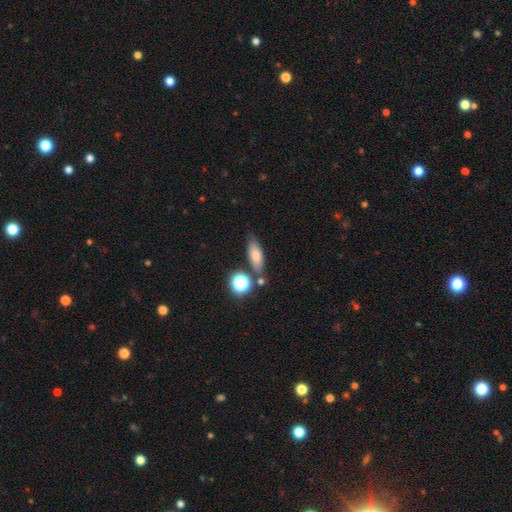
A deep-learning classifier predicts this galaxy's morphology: Smooth or featured? smooth (68%)
How rounded? in between (61%)
Merging? none (73%)